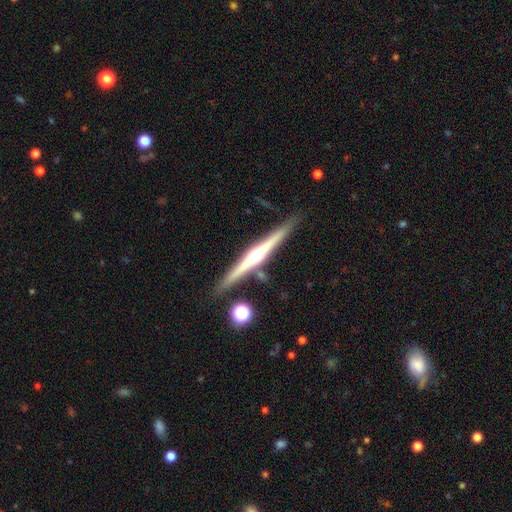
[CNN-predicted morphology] A featured or disk galaxy (79%) viewed edge-on (98%) with a rounded central bulge (89%).

Vote fractions:
- Smooth or featured? featured or disk: 79% / smooth: 15% / star or artifact: 6%
- Edge-on disk? yes: 98% / no: 2%
- Edge-on bulge? rounded: 89% / none: 7% / boxy: 4%
- Merging? none: 86% / minor disturbance: 9% / merger: 4% / major disturbance: 2%